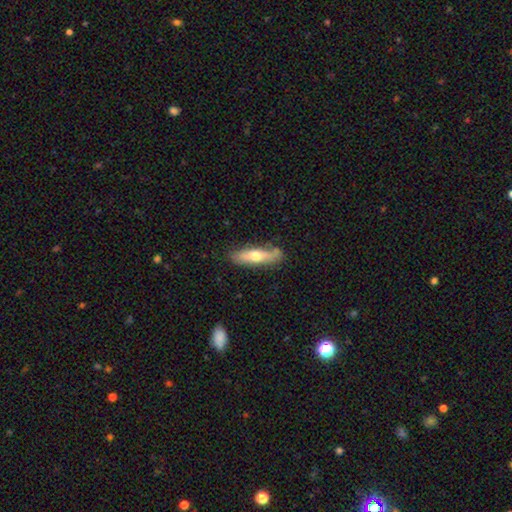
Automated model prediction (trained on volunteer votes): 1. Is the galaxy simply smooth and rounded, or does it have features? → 55% smooth, 40% featured or disk, 5% star or artifact.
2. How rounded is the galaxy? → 67% cigar-shaped, 30% in between, 2% round.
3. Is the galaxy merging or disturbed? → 74% none, 18% minor disturbance, 4% major disturbance, 4% merger.